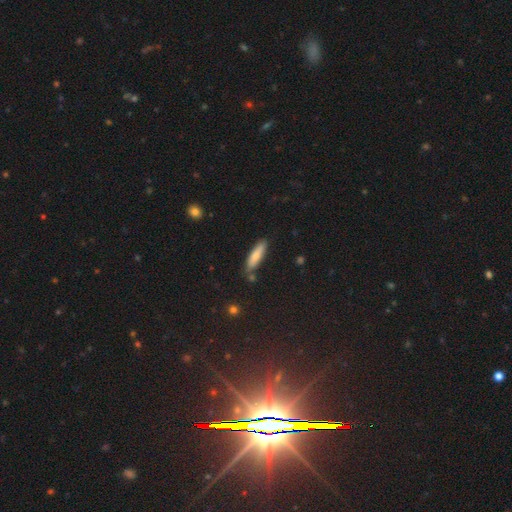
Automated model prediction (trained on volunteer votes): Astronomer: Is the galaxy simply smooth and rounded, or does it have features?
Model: smooth — 76%.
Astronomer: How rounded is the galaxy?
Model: cigar-shaped — 69%.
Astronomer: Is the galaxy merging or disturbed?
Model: none — 79%.